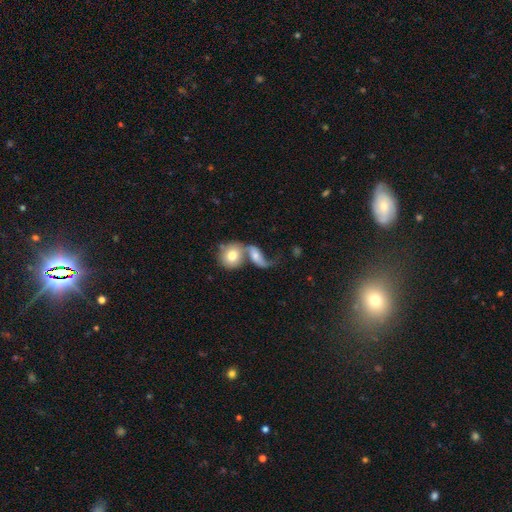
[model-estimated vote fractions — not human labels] Smooth or featured? Predicted: featured or disk (p=0.48). Merging? Predicted: merger (p=0.57).